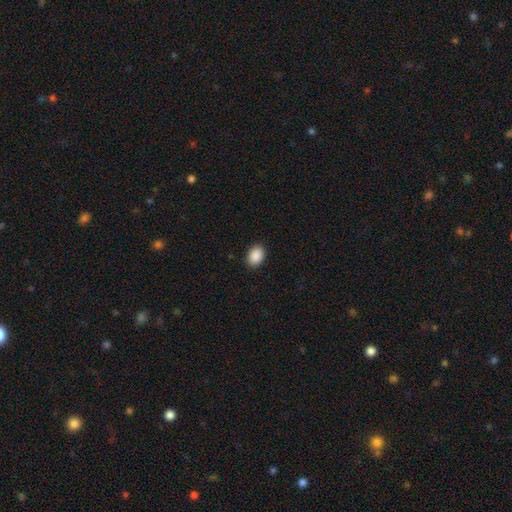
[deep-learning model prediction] Overall: smooth (90%). How rounded: in between (73%). Merging: none (90%).